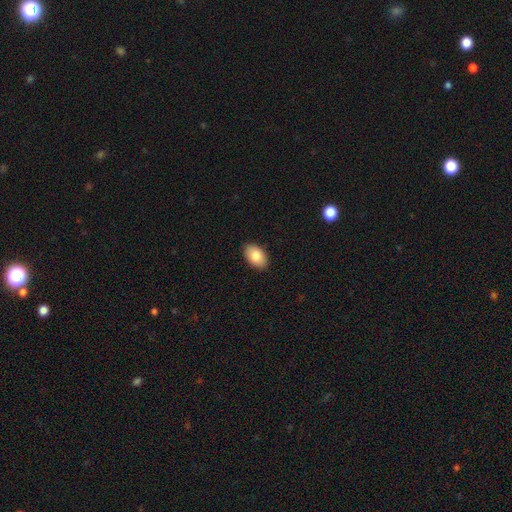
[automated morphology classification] smooth-or-featured: smooth: 85% | featured or disk: 8% | star or artifact: 6%
  how-rounded: in between: 92% | round: 6% | cigar-shaped: 1%
  merging: none: 90% | minor disturbance: 8% | major disturbance: 2% | merger: 1%